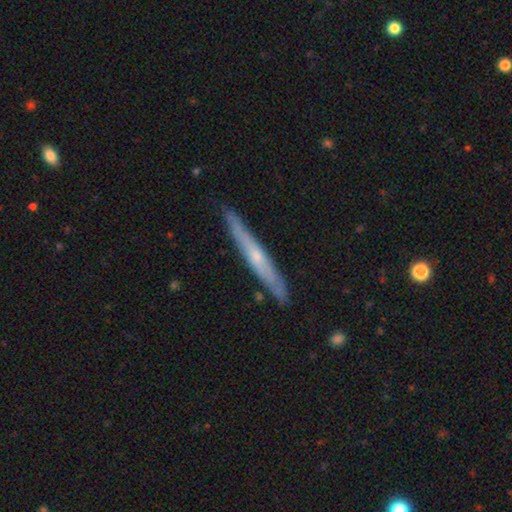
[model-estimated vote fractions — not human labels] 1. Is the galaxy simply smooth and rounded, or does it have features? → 57% featured or disk, 37% smooth, 5% star or artifact.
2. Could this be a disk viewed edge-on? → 92% yes, 8% no.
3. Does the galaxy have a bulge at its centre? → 51% rounded, 46% none, 4% boxy.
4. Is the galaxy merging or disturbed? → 86% none, 11% minor disturbance, 2% major disturbance, 2% merger.